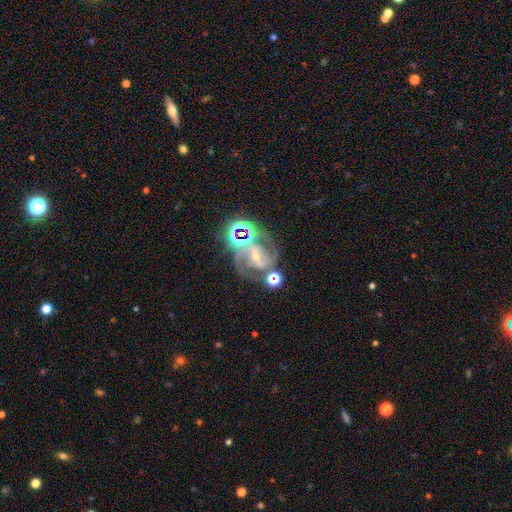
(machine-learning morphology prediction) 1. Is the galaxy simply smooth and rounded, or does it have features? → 79% featured or disk, 14% star or artifact, 7% smooth.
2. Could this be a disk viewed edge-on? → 98% no, 2% yes.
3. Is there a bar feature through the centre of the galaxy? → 38% weak, 35% strong, 27% no.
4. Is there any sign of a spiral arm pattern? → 95% yes, 5% no.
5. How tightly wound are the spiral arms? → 53% medium, 33% tight, 14% loose.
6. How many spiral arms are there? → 68% 2, 14% 3, 9% can't tell, 3% 1, 3% 4, 3% more than 4.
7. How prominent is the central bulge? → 67% small, 27% moderate, 2% none, 2% large, 1% dominant.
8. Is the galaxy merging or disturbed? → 53% none, 18% merger, 16% minor disturbance, 13% major disturbance.